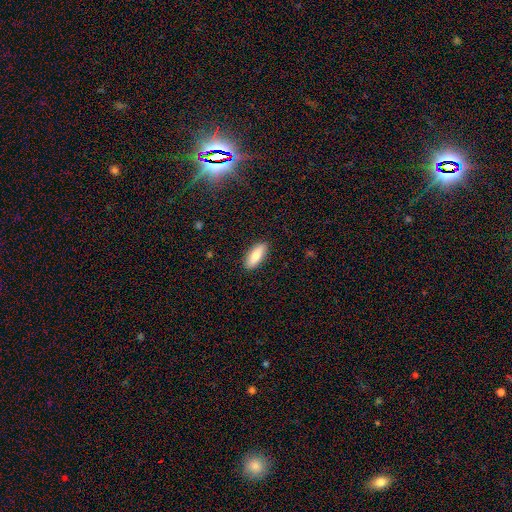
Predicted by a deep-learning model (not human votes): This appears to be a smooth galaxy with no disk features (76%) that is in between round and cigar-shaped (77%). Merging: none (89%).